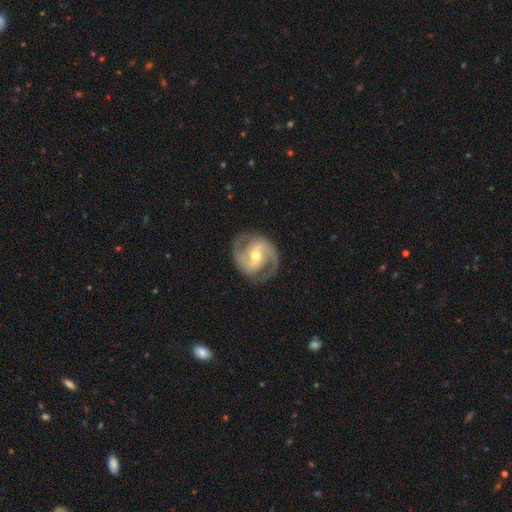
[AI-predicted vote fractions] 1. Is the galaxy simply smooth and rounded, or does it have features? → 90% featured or disk, 6% smooth, 4% star or artifact.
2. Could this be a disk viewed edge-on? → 98% no, 2% yes.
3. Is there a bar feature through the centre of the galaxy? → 44% weak, 31% no, 26% strong.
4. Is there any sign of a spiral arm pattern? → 97% yes, 3% no.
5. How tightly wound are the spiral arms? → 59% medium, 28% tight, 14% loose.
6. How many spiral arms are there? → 91% 2, 3% 3, 3% can't tell, 1% 1, 1% 4, 1% more than 4.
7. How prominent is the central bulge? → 65% moderate, 30% small, 3% large, 1% none, 1% dominant.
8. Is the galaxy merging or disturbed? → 84% none, 11% minor disturbance, 4% major disturbance, 1% merger.